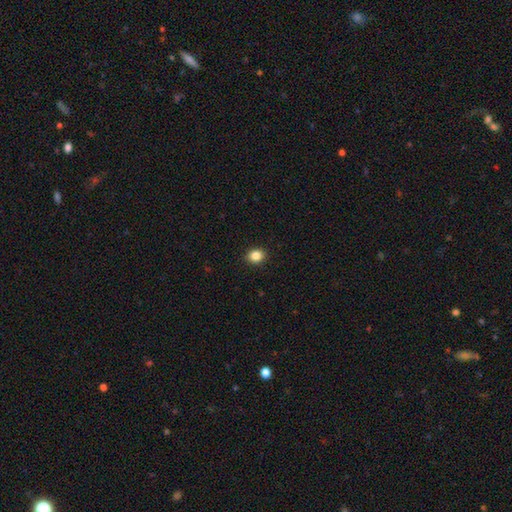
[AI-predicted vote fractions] Smooth or featured: smooth — 85% (star or artifact — 11%)
How rounded: round — 67% (in between — 32%)
Merging: none — 92% (minor disturbance — 6%)